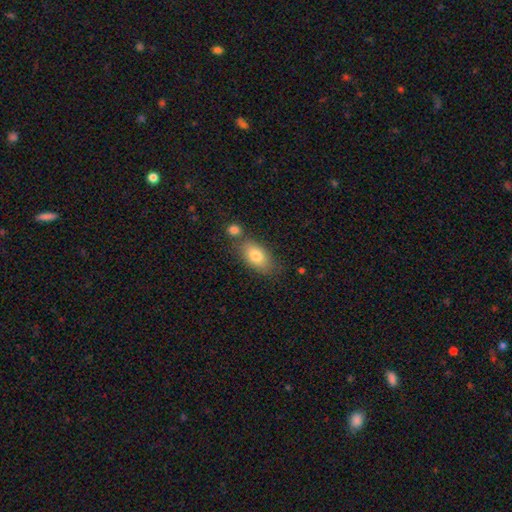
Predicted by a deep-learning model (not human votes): Smooth or featured?
  - smooth: 79% *
  - featured or disk: 13%
  - star or artifact: 8%
How rounded?
  - in between: 89% *
  - round: 7%
  - cigar-shaped: 4%
Merging?
  - none: 66% *
  - merger: 15%
  - minor disturbance: 15%
  - major disturbance: 4%